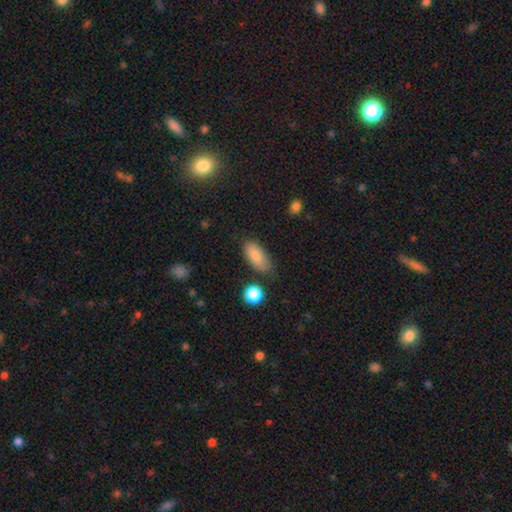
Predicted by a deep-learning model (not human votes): smooth 84%, featured or disk 9%, star or artifact 7%. Down the decision tree: how rounded — in between (86%); merging — none (72%).